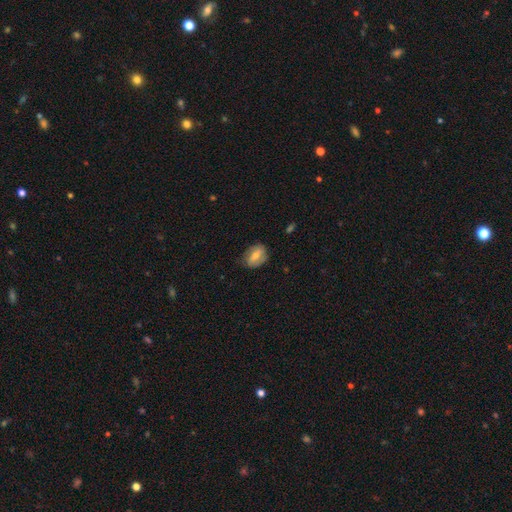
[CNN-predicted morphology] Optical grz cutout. It shows a smooth galaxy with no disk features (52%) that is in between round and cigar-shaped (76%). Merging: none (71%).